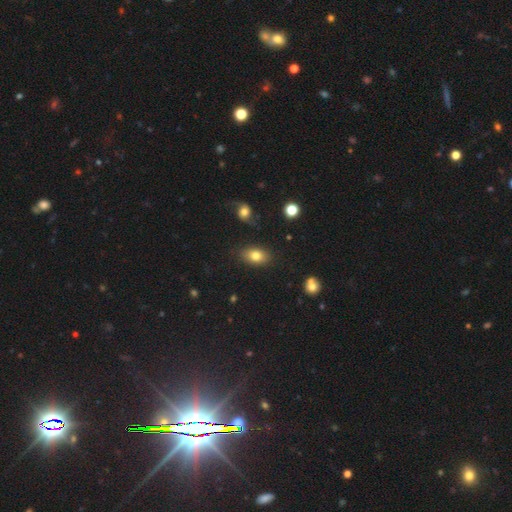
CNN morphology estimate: The model was most divided on "smooth or featured": smooth: 80%, featured or disk: 11%, star or artifact: 10%. More confident: how rounded — in between (85%); merging — none (83%).